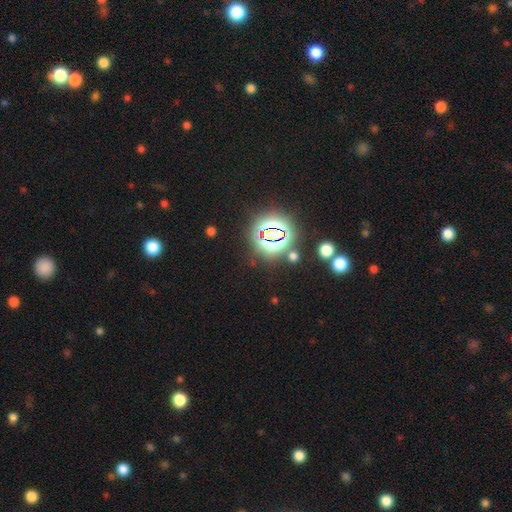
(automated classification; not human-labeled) A star or artifact, not a galaxy (83%).